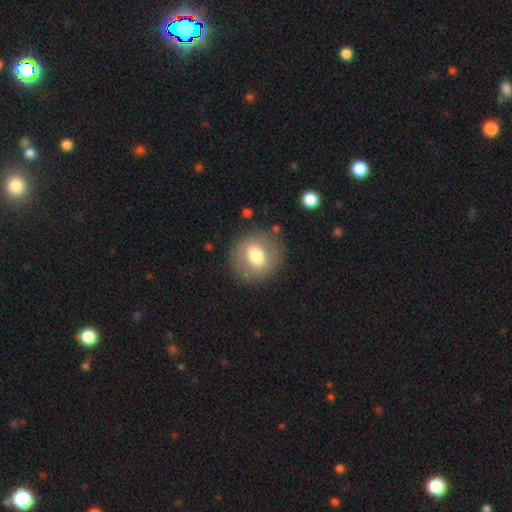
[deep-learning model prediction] A smooth galaxy with no disk features (67%) that is round (84%). Merging: none (82%).